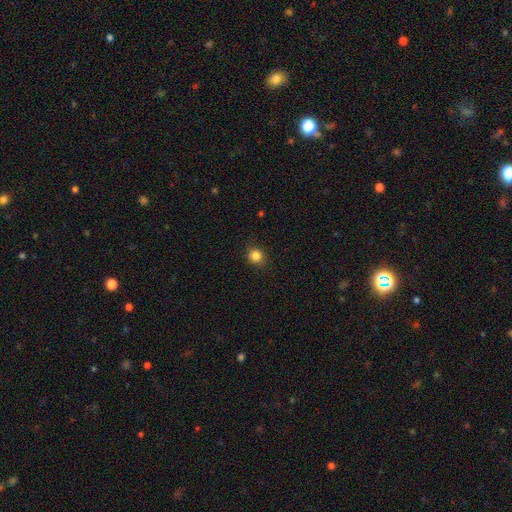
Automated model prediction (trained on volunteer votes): A smooth galaxy with no disk features (85%) that is round (83%). Merging: none (90%).